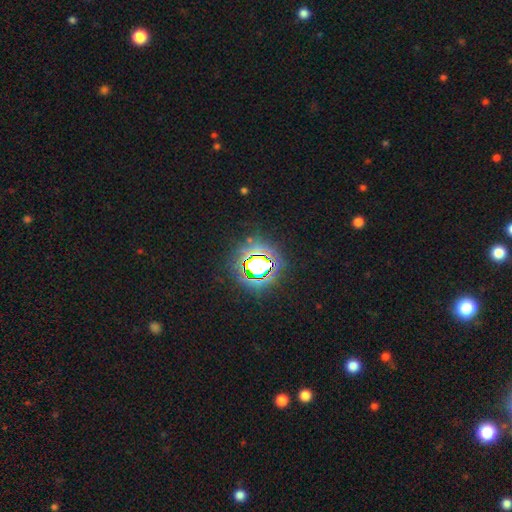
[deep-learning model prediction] A star or artifact, not a galaxy (81%).

Vote fractions:
- Smooth or featured? star or artifact: 81% / smooth: 12% / featured or disk: 7%